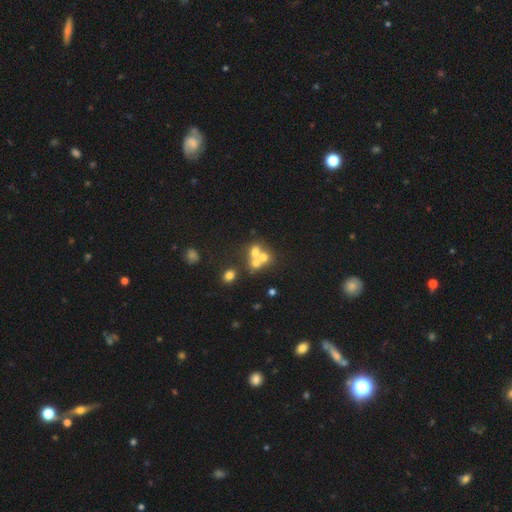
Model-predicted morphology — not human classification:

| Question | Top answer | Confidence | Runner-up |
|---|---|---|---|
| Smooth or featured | smooth | 56% | featured or disk (27%) |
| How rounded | round | 73% | in between (25%) |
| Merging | merger | 57% | none (31%) |